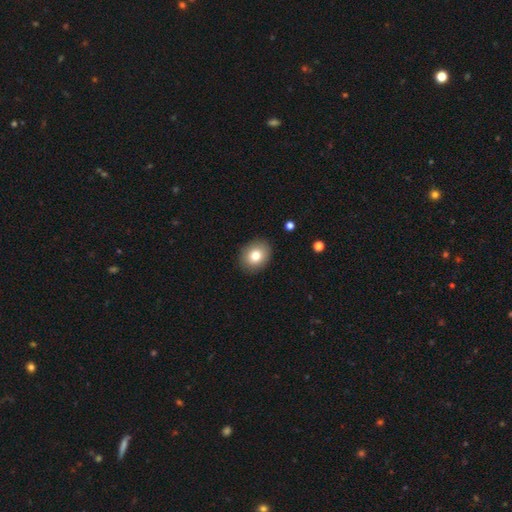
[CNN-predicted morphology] A smooth galaxy with no disk features (80%) that is round (53%). Merging: none (89%).